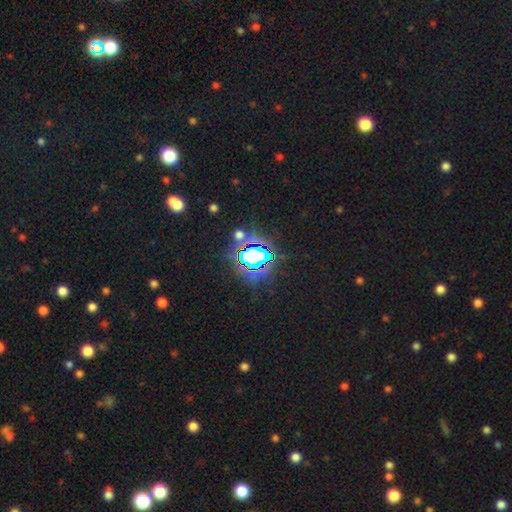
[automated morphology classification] Smooth or featured: star or artifact — 78% (smooth — 13%)